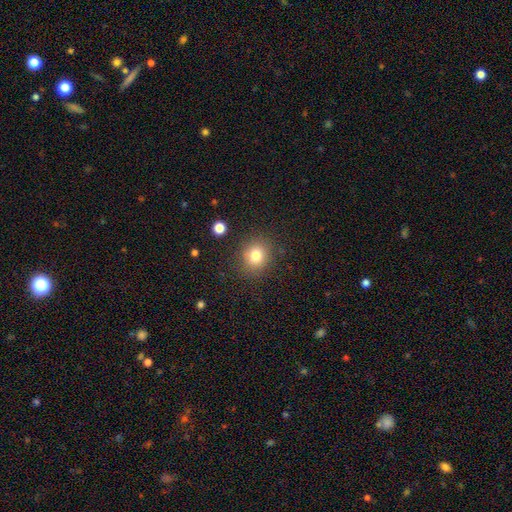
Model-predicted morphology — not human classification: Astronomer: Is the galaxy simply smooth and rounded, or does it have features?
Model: smooth — 79%.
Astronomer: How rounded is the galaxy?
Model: round — 76%.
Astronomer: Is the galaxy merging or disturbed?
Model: none — 85%.